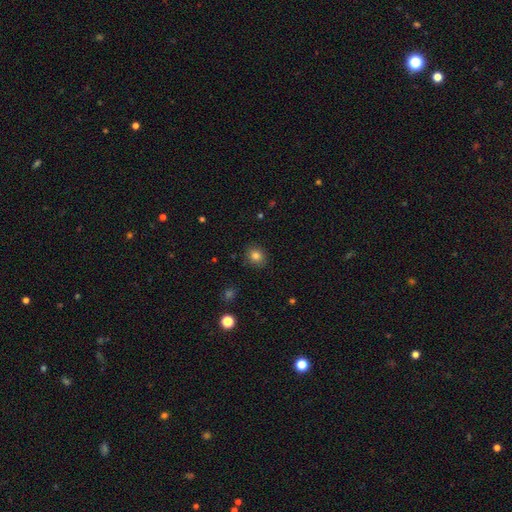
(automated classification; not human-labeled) smooth_or_featured: smooth (p=0.82) [alt: star or artifact p=0.12]
how_rounded: round (p=0.67) [alt: in between p=0.32]
merging: none (p=0.88) [alt: minor disturbance p=0.08]